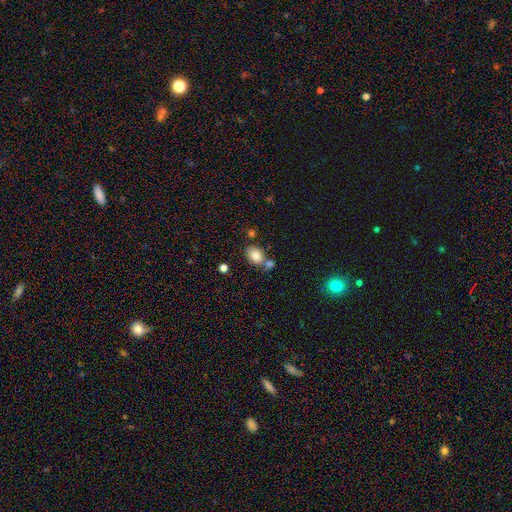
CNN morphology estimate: smooth-or-featured: smooth: 82% | star or artifact: 9% | featured or disk: 8%
  how-rounded: in between: 70% | round: 29% | cigar-shaped: 1%
  merging: none: 57% | merger: 27% | minor disturbance: 12% | major disturbance: 4%